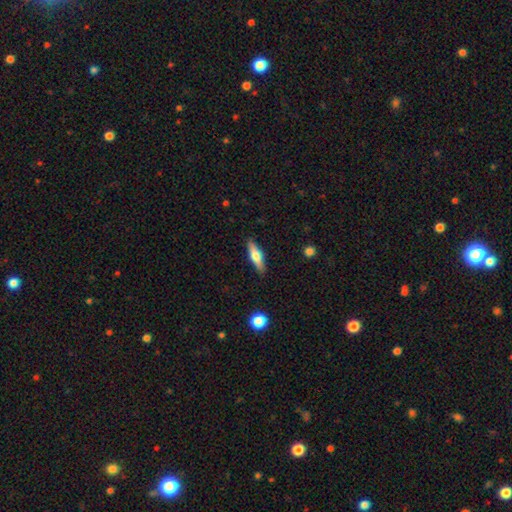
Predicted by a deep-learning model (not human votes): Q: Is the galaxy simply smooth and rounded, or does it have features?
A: smooth — 52%.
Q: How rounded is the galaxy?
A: cigar-shaped — 65%.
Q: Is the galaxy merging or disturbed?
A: none — 88%.